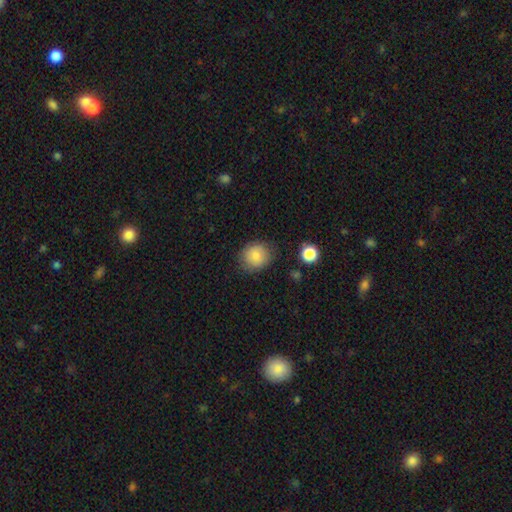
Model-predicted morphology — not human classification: Smooth or featured: smooth — 82% (star or artifact — 9%)
How rounded: round — 76% (in between — 23%)
Merging: none — 80% (minor disturbance — 15%)